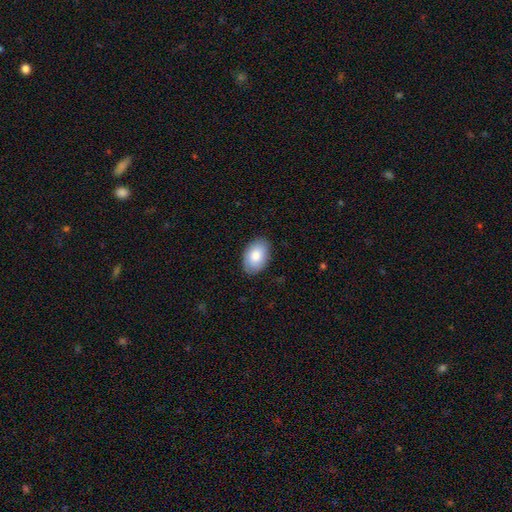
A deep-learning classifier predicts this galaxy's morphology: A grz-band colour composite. It shows a smooth galaxy with no disk features (83%) that is in between round and cigar-shaped (89%). Merging: none (85%).